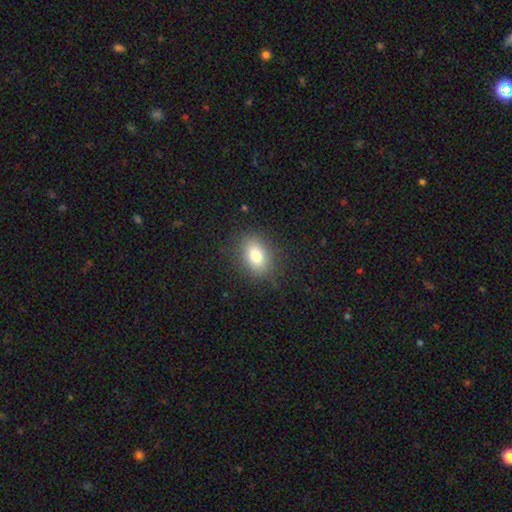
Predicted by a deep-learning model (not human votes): Morphology: type=smooth (78%); roundness=in between (75%); merging=none (84%).